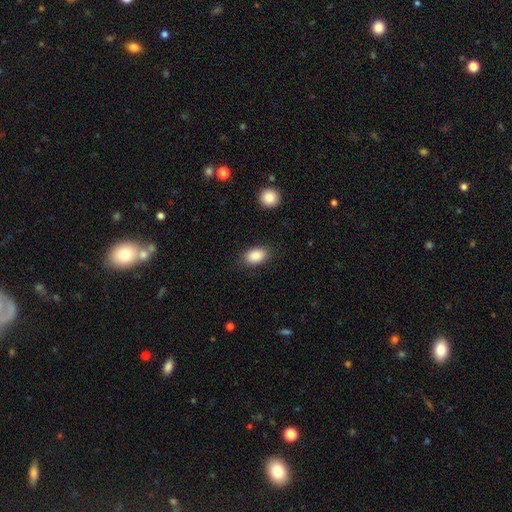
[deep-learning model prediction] smooth 89%, star or artifact 8%, featured or disk 4%. Down the decision tree: how rounded — in between (86%); merging — none (85%).